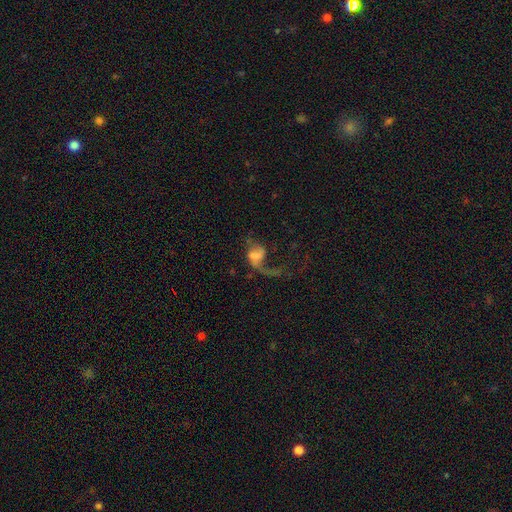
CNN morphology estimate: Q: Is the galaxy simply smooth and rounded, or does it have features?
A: featured or disk — 65%.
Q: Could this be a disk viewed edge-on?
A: no — 97%.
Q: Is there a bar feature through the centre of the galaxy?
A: no — 57%.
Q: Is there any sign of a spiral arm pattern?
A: yes — 77%.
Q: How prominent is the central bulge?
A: none — 49%.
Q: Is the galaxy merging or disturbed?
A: major disturbance — 54%.